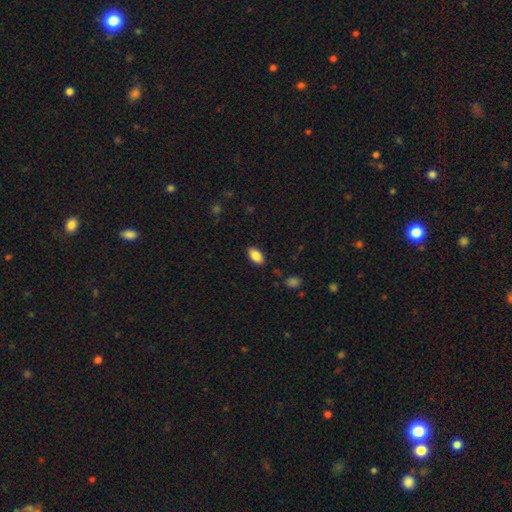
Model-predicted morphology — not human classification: smooth 87%, star or artifact 7%, featured or disk 5%. Down the decision tree: how rounded — in between (93%); merging — none (87%).